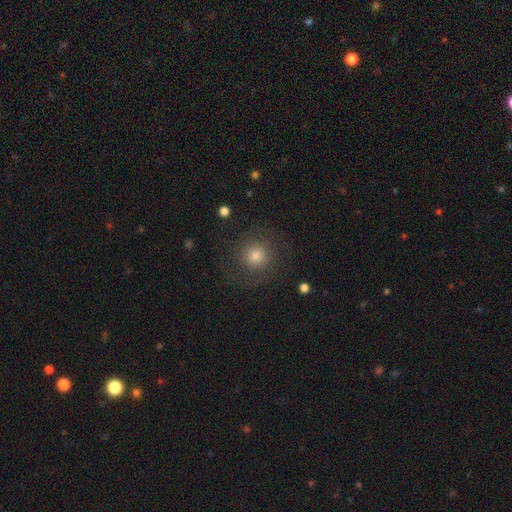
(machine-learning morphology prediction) The model was most divided on "smooth or featured": smooth: 62%, featured or disk: 22%, star or artifact: 15%. More confident: how rounded — round (92%); merging — none (78%).